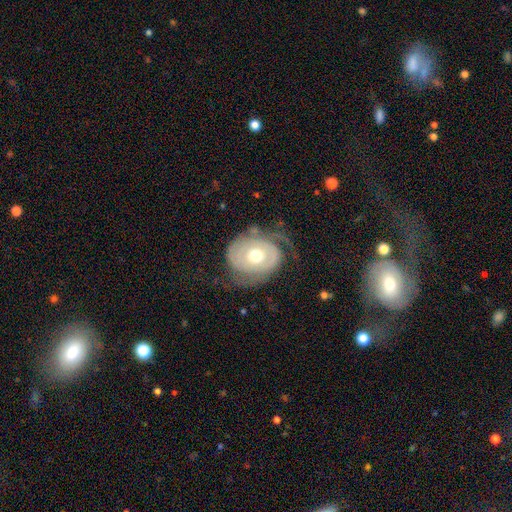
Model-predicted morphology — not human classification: A featured or disk galaxy (76%) with no bar (78%), 2 (67%) tight (50%) spiral arms (86%) and a moderate central bulge (73%).

Vote fractions:
- Smooth or featured? featured or disk: 76% / smooth: 18% / star or artifact: 6%
- Edge-on disk? no: 96% / yes: 4%
- Bar? no: 78% / weak: 17% / strong: 5%
- Spiral arms? yes: 86% / no: 14%
- Spiral winding? tight: 50% / medium: 30% / loose: 21%
- Spiral arm count? 2: 67% / can't tell: 14% / 1: 13% / 3: 4% / 4: 2% / more than 4: 2%
- Bulge size? moderate: 73% / small: 20% / large: 6% / dominant: 1% / none: 1%
- Merging? none: 58% / minor disturbance: 21% / major disturbance: 19% / merger: 2%